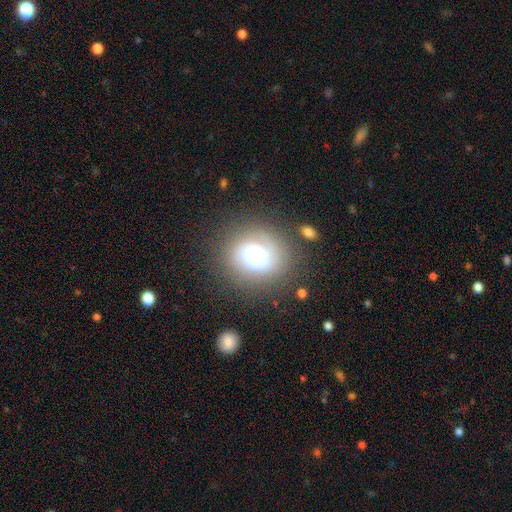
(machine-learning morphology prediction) Smooth or featured? featured or disk (57%)
Edge-on disk? no (97%)
Bar? no (77%)
Spiral arms? yes (76%)
Bulge size? moderate (56%)
Merging? none (75%)